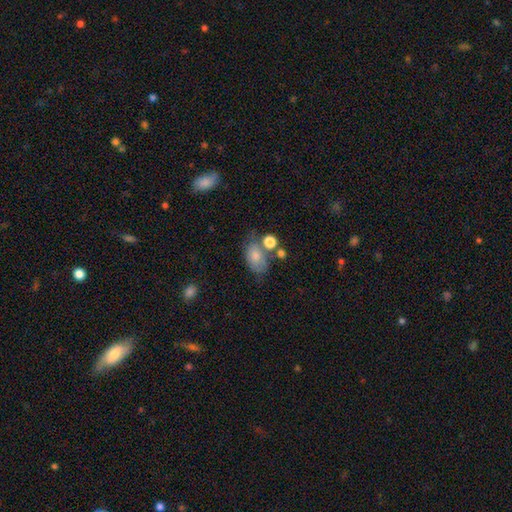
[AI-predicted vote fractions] This appears to be a smooth galaxy with no disk features (75%) that is in between round and cigar-shaped (84%). Merging: none (43%).